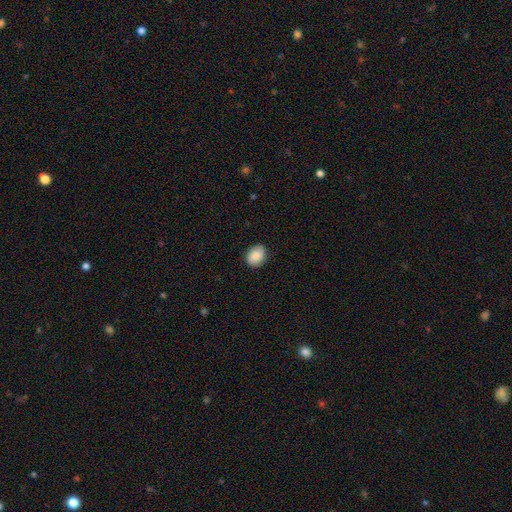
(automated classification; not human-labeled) Smooth or featured? smooth (87%)
How rounded? in between (61%)
Merging? none (87%)